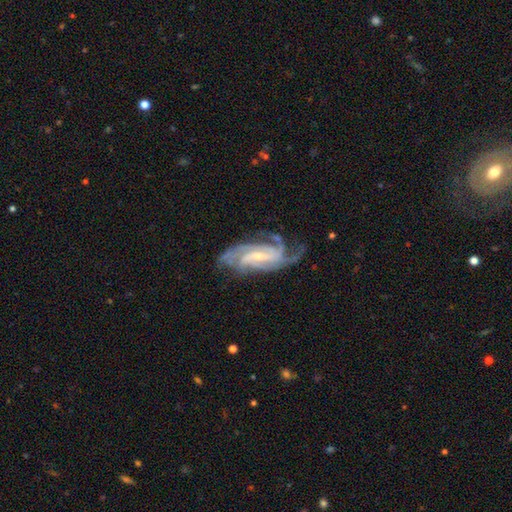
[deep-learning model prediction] smooth-or-featured: featured or disk: 86% | star or artifact: 8% | smooth: 7%
  disk-edge-on: no: 93% | yes: 7%
    bar: weak: 41% | no: 33% | strong: 26%
    has-spiral-arms: yes: 97% | no: 3%
      spiral-winding: tight: 55% | medium: 37% | loose: 8%
      spiral-arm-count: 3: 30% | 2: 24% | 4: 18% | can't tell: 17% | more than 4: 6% | 1: 5%
    bulge-size: small: 64% | moderate: 29% | none: 4% | large: 2% | dominant: 1%
  merging: none: 73% | minor disturbance: 18% | major disturbance: 8% | merger: 2%